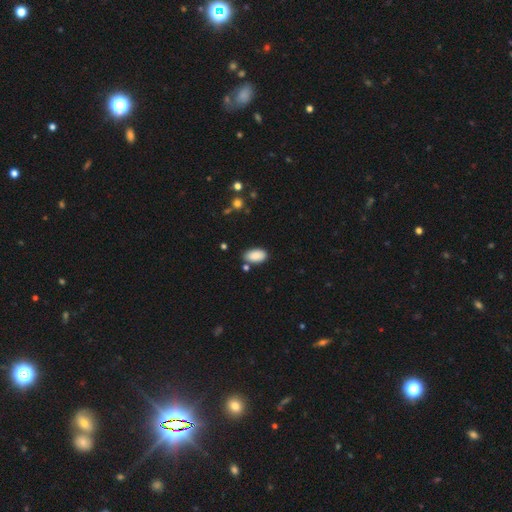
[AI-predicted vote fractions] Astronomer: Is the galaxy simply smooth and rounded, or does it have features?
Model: smooth — 89%.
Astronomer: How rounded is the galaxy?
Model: in between — 94%.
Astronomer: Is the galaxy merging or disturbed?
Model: none — 77%.